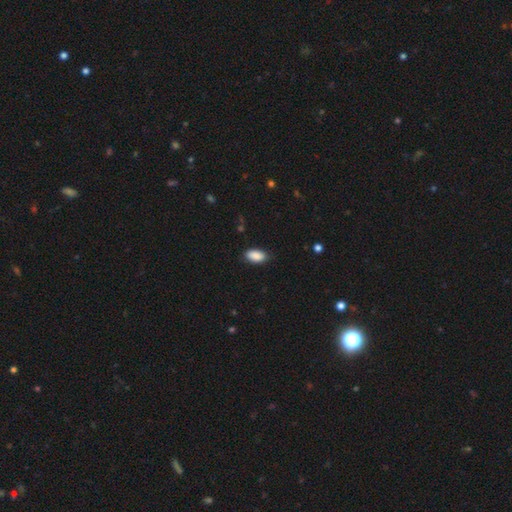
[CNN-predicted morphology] Overall: smooth (90%). How rounded: in between (94%). Merging: none (84%).